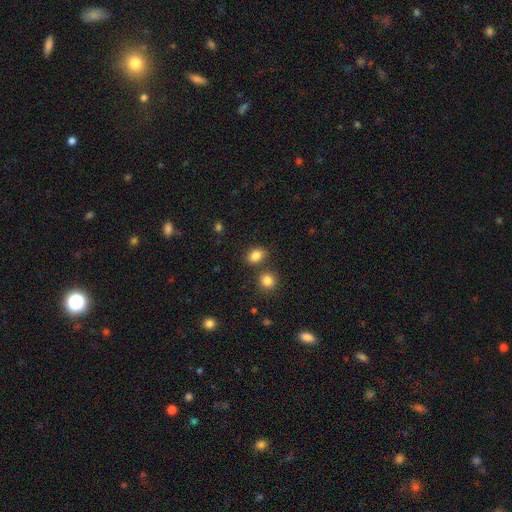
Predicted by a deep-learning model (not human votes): smooth-or-featured: smooth: 84% | star or artifact: 10% | featured or disk: 6%
  how-rounded: in between: 66% | round: 33% | cigar-shaped: 1%
  merging: none: 75% | merger: 12% | minor disturbance: 10% | major disturbance: 3%